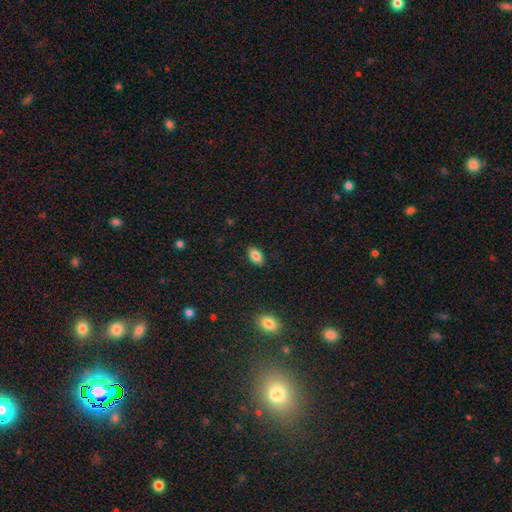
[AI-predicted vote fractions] Morphology: type=smooth (84%); roundness=in between (92%); merging=none (88%).